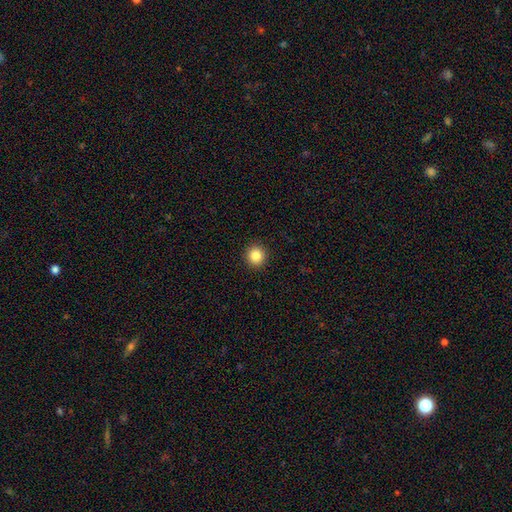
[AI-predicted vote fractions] smooth 85%, star or artifact 10%, featured or disk 5%. Down the decision tree: how rounded — round (91%); merging — none (93%).